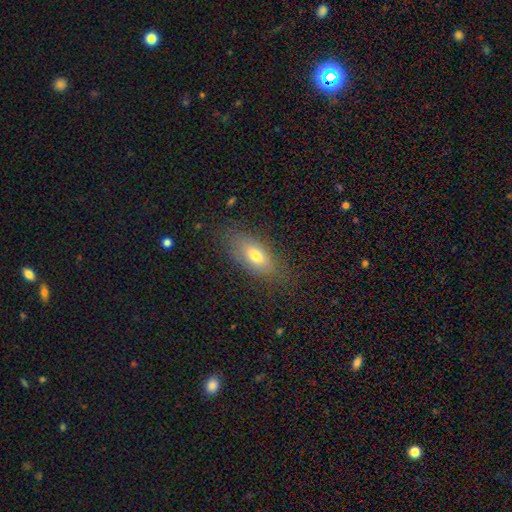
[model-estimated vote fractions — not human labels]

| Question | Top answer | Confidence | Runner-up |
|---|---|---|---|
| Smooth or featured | smooth | 70% | featured or disk (21%) |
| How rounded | in between | 81% | cigar-shaped (13%) |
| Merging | none | 78% | minor disturbance (15%) |